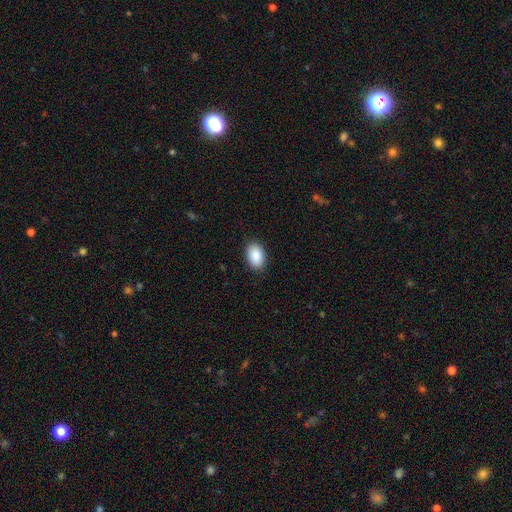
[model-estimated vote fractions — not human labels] smooth 89%, star or artifact 6%, featured or disk 4%. Down the decision tree: how rounded — in between (90%); merging — none (89%).